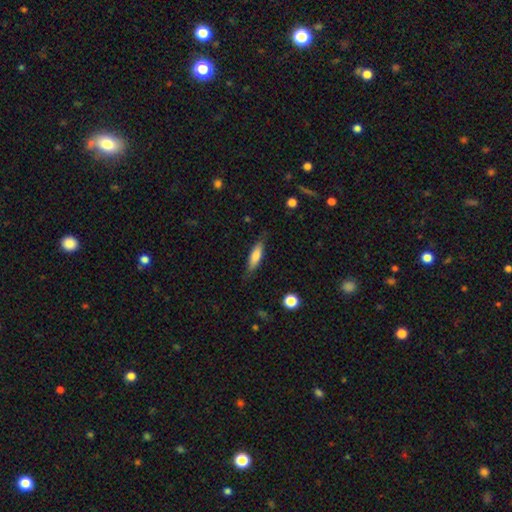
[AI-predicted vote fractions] Smooth or featured? Predicted: smooth (p=0.74). How rounded? Predicted: cigar-shaped (p=0.60). Merging? Predicted: none (p=0.80).